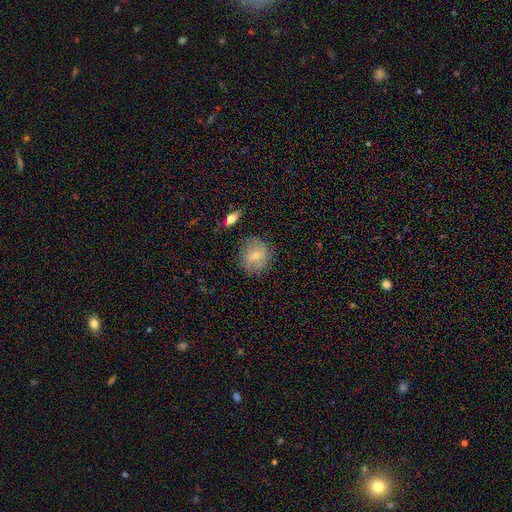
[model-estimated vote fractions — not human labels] Smooth or featured: smooth — 65% (featured or disk — 27%)
How rounded: round — 81% (in between — 18%)
Merging: none — 78% (minor disturbance — 15%)